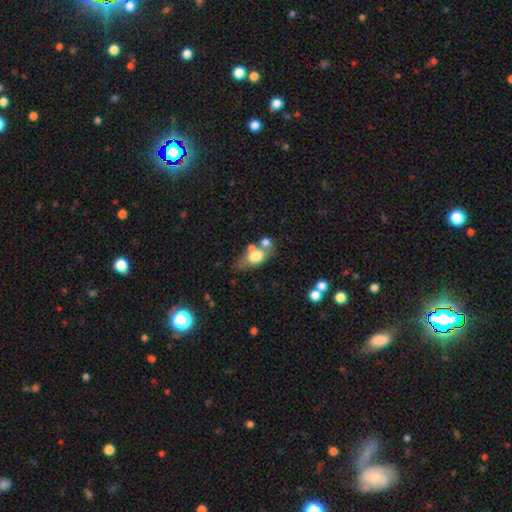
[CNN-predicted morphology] smooth 70%, featured or disk 21%, star or artifact 9%. Down the decision tree: how rounded — in between (76%); merging — none (40%).